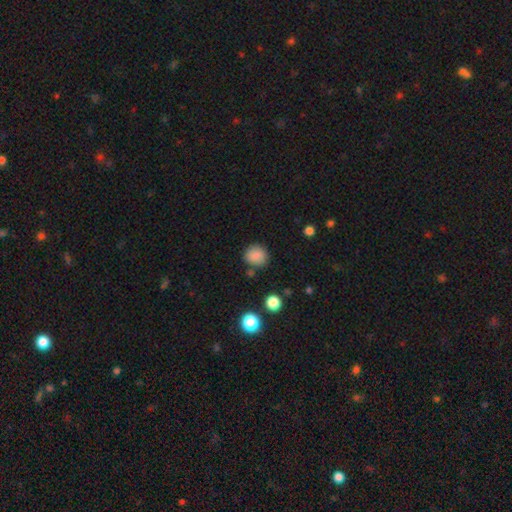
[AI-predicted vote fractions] This is clearly a smooth galaxy (85%). How rounded: clearly round (84%). Merging: clearly none (82%).